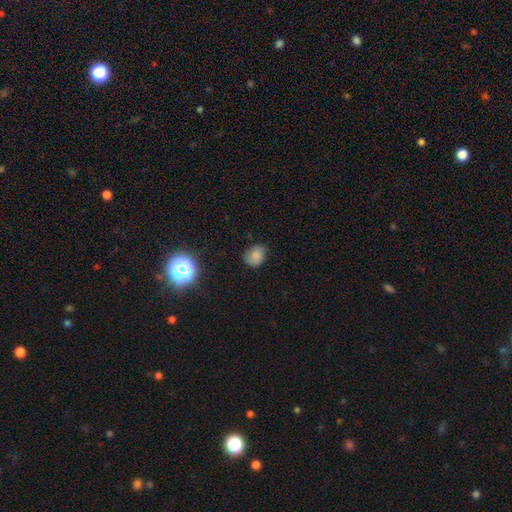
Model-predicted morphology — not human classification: Smooth or featured: smooth — 78% (star or artifact — 14%)
How rounded: round — 50% (in between — 49%)
Merging: none — 67% (minor disturbance — 26%)